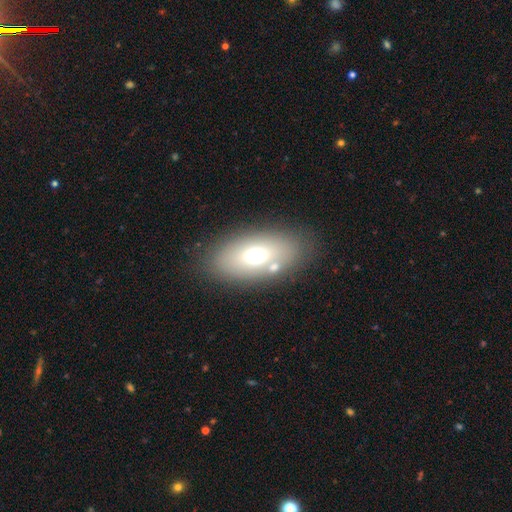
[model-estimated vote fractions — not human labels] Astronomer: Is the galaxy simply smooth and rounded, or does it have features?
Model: smooth — 65%.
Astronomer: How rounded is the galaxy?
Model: in between — 87%.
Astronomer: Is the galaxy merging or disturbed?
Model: none — 75%.